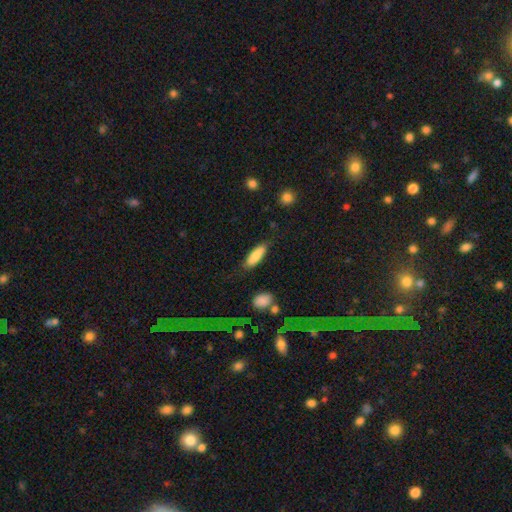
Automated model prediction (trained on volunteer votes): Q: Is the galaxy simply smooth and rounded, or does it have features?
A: smooth — 79%.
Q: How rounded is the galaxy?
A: in between — 62%.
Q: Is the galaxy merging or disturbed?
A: none — 75%.